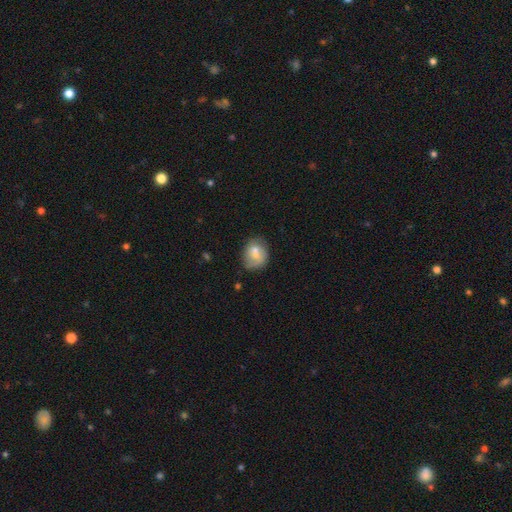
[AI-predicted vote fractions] Morphology: type=smooth (66%); roundness=round (54%); merging=none (47%).